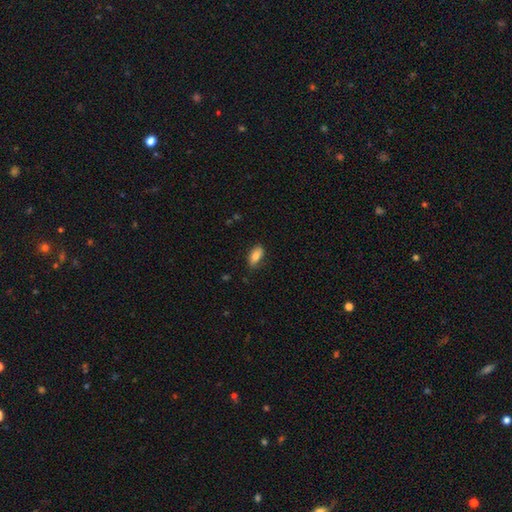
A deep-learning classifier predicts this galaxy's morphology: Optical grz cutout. It shows a smooth galaxy with no disk features (83%) that is in between round and cigar-shaped (88%). Merging: none (80%).